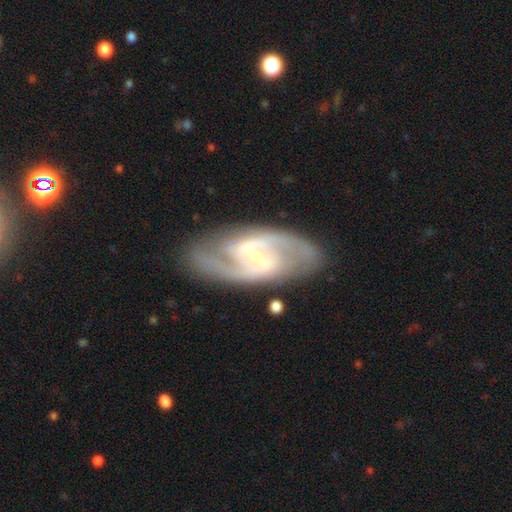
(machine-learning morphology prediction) smooth_or_featured: featured or disk (p=0.88) [alt: smooth p=0.07]
disk_edge_on: no (p=0.95) [alt: yes p=0.05]
bar: weak (p=0.44) [alt: strong p=0.41]
has_spiral_arms: yes (p=0.95) [alt: no p=0.05]
spiral_winding: medium (p=0.56) [alt: tight p=0.24]
spiral_arm_count: 2 (p=0.88) [alt: can't tell p=0.05]
bulge_size: small (p=0.71) [alt: moderate p=0.23]
merging: none (p=0.82) [alt: minor disturbance p=0.12]